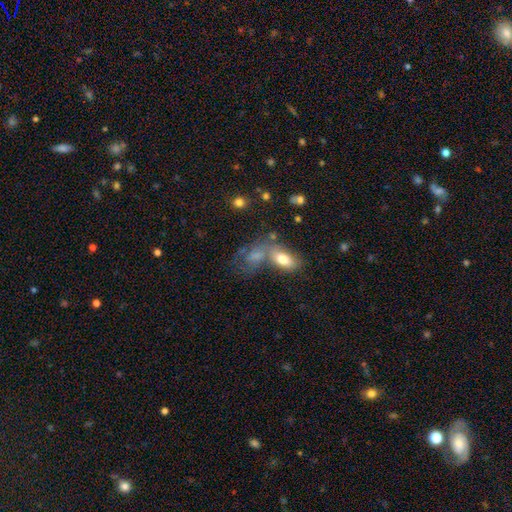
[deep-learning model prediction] smooth_or_featured: smooth (p=0.56) [alt: featured or disk p=0.27]
how_rounded: in between (p=0.78) [alt: round p=0.15]
merging: merger (p=0.41) [alt: none p=0.34]